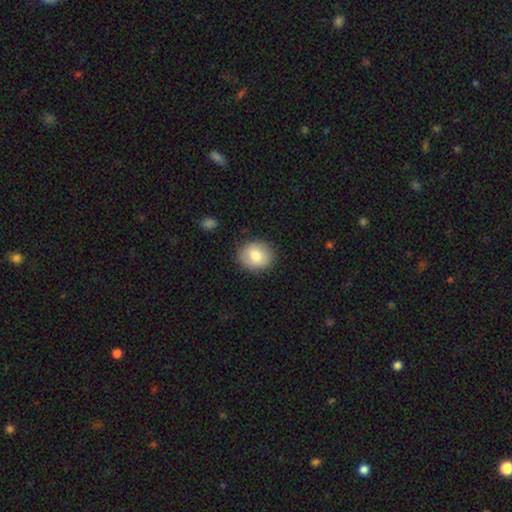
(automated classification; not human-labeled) smooth 80%, featured or disk 13%, star or artifact 8%. Down the decision tree: how rounded — round (71%); merging — none (87%).